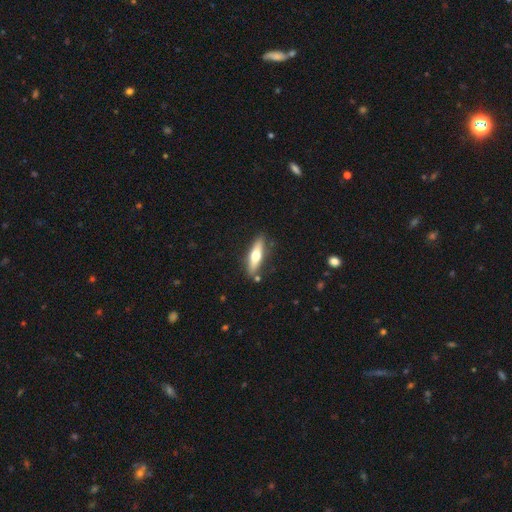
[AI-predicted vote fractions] smooth 50%, featured or disk 44%, star or artifact 6%. Down the decision tree: how rounded — cigar-shaped (67%); merging — none (84%).